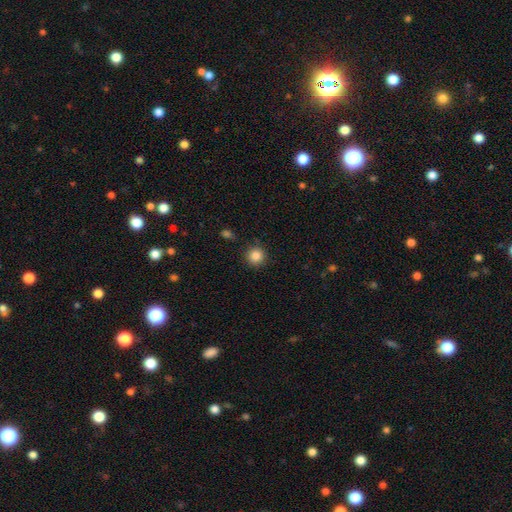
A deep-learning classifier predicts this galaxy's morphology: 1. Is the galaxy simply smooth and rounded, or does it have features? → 85% smooth, 10% star or artifact, 4% featured or disk.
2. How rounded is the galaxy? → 94% round, 5% in between, 1% cigar-shaped.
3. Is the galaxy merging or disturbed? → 88% none, 8% minor disturbance, 2% major disturbance, 2% merger.